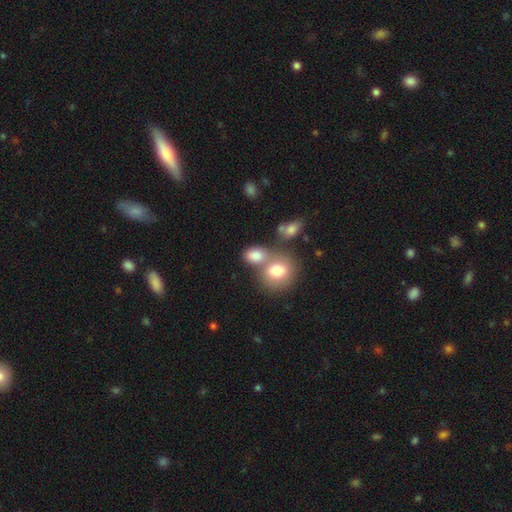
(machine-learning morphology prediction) smooth 81%, featured or disk 10%, star or artifact 9%. Down the decision tree: how rounded — in between (63%); merging — merger (46%).